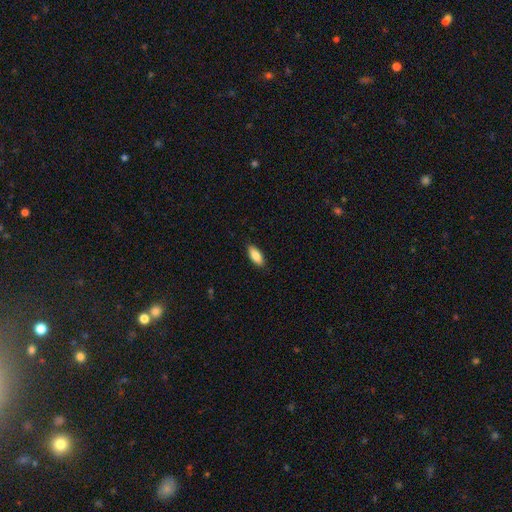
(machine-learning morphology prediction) Overall: smooth (86%). How rounded: in between (81%). Merging: none (88%).